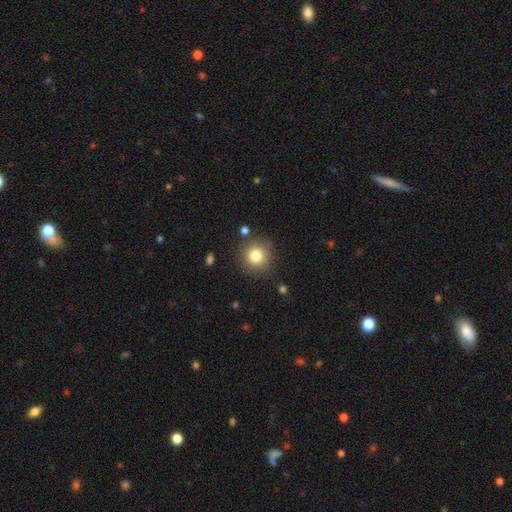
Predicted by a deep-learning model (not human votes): Morphology: type=smooth (81%); roundness=round (92%); merging=none (85%).